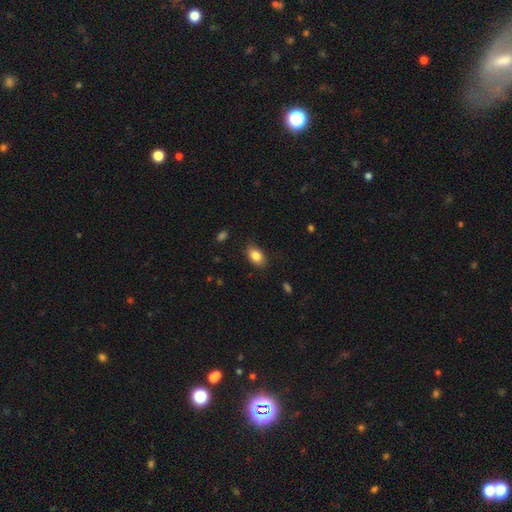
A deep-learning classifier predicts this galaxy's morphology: A smooth galaxy with no disk features (85%) that is in between round and cigar-shaped (88%). Merging: none (82%).